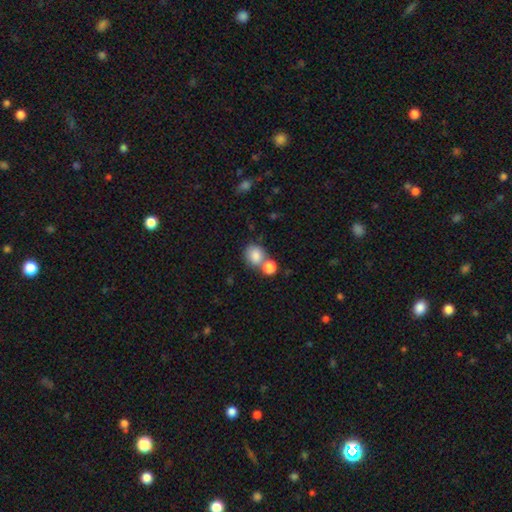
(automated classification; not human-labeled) Smooth or featured? Predicted: smooth (p=0.83). How rounded? Predicted: round (p=0.66). Merging? Predicted: none (p=0.46).